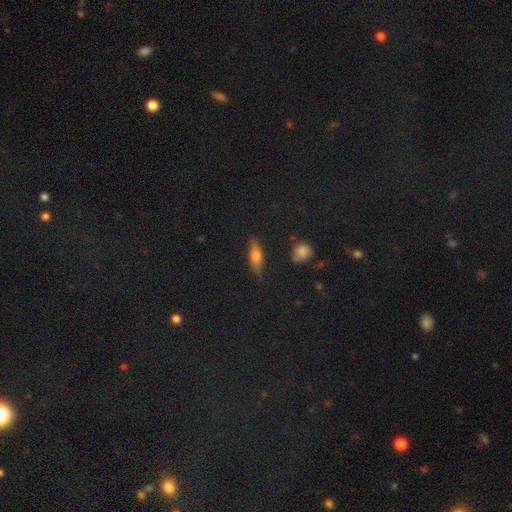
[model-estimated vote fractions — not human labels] smooth_or_featured: smooth (p=0.65) [alt: featured or disk p=0.25]
how_rounded: in between (p=0.54) [alt: cigar-shaped p=0.41]
merging: none (p=0.80) [alt: minor disturbance p=0.14]